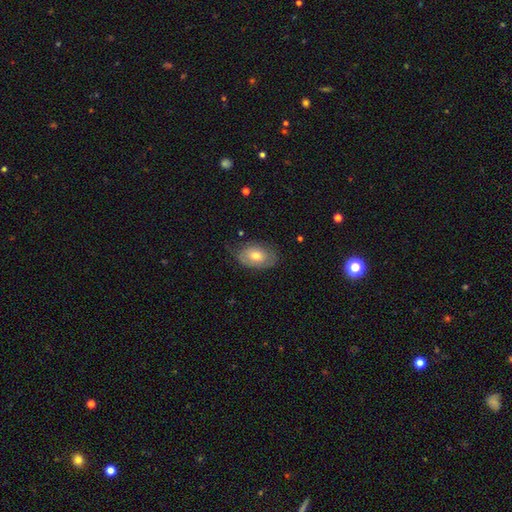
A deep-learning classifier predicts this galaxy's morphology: A smooth galaxy with no disk features (61%) that is in between round and cigar-shaped (87%).

Vote fractions:
- Smooth or featured? smooth: 61% / featured or disk: 32% / star or artifact: 7%
- How rounded? in between: 87% / round: 12% / cigar-shaped: 1%
- Merging? none: 63% / minor disturbance: 27% / major disturbance: 8% / merger: 1%